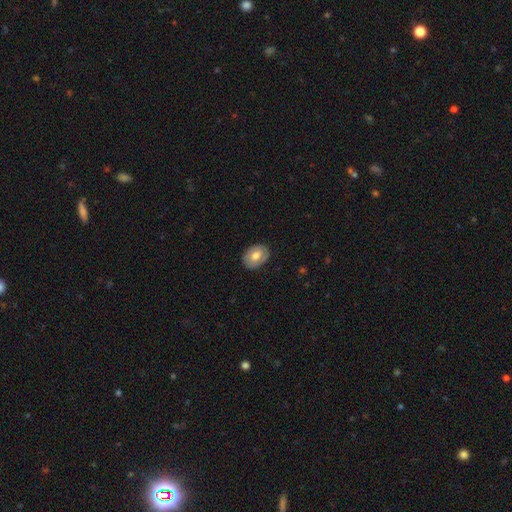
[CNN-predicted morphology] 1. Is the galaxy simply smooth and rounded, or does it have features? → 64% smooth, 29% featured or disk, 7% star or artifact.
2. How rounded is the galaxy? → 70% in between, 29% round, 1% cigar-shaped.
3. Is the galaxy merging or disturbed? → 85% none, 12% minor disturbance, 3% major disturbance, 1% merger.